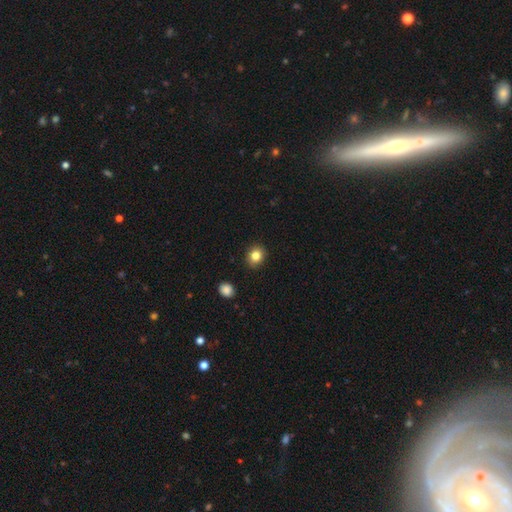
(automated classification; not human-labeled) smooth 84%, star or artifact 11%, featured or disk 6%. Down the decision tree: how rounded — round (73%); merging — none (90%).